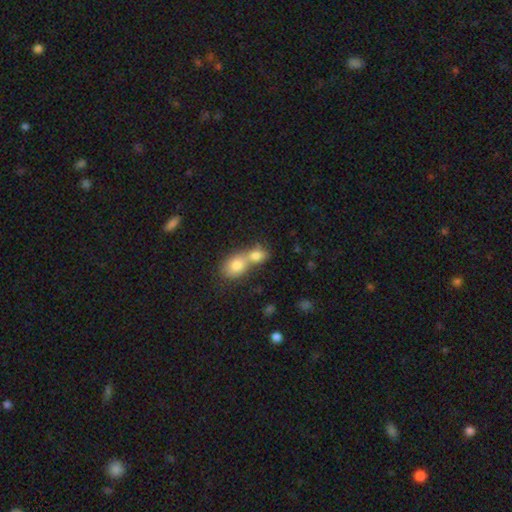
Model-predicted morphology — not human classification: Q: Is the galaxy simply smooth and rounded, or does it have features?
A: smooth — 79%.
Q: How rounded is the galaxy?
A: in between — 65%.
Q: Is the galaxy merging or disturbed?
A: merger — 74%.